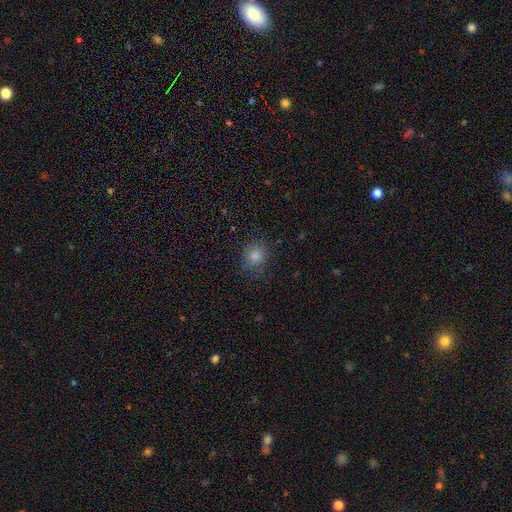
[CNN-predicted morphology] smooth-or-featured: smooth: 76% | star or artifact: 17% | featured or disk: 7%
  how-rounded: round: 80% | in between: 19% | cigar-shaped: 1%
  merging: none: 82% | minor disturbance: 13% | major disturbance: 4% | merger: 1%